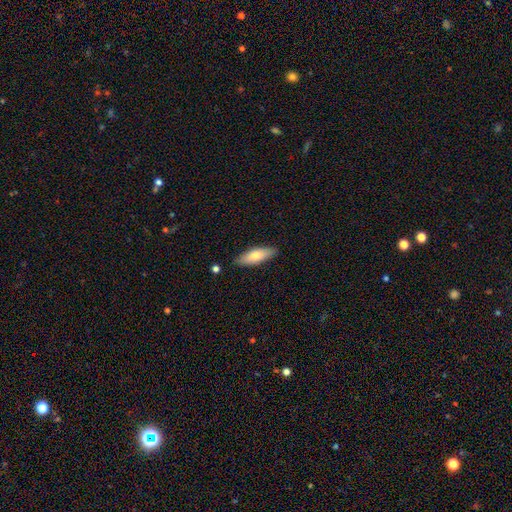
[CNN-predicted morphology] The model was most divided on "how rounded": in between: 57%, cigar-shaped: 41%, round: 2%. More confident: merging — none (85%); smooth or featured — smooth (71%).